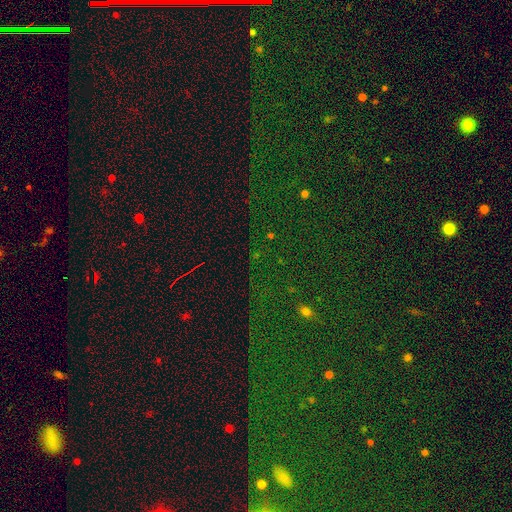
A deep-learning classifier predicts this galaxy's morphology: Smooth or featured?
  - star or artifact: 79% *
  - smooth: 12%
  - featured or disk: 9%